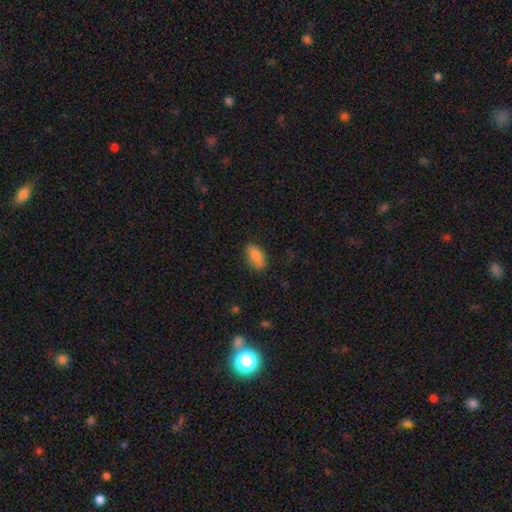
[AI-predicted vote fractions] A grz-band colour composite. It shows a smooth galaxy with no disk features (81%) that is in between round and cigar-shaped (89%). Merging: none (75%).